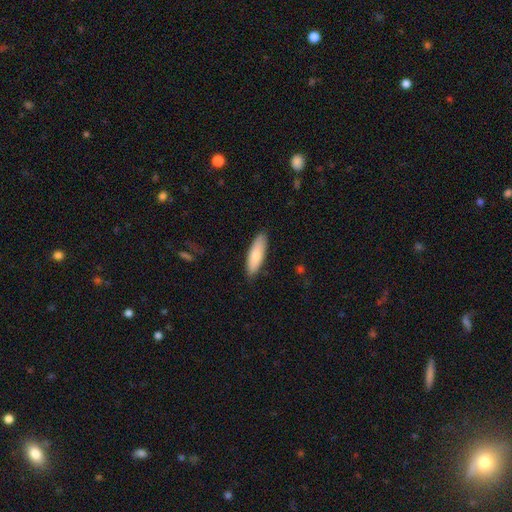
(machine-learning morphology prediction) Q: Smooth or featured?
A: smooth (80%); runner-up: featured or disk (14%)
Q: How rounded?
A: cigar-shaped (50%); runner-up: in between (48%)
Q: Merging?
A: none (86%); runner-up: minor disturbance (11%)